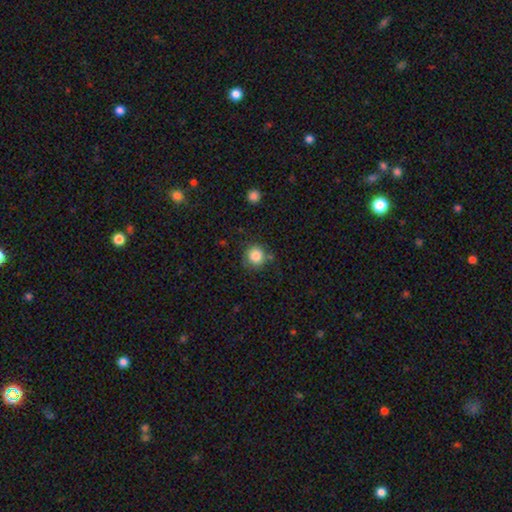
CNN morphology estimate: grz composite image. It shows a smooth galaxy with no disk features (85%) that is round (92%). Merging: none (80%).